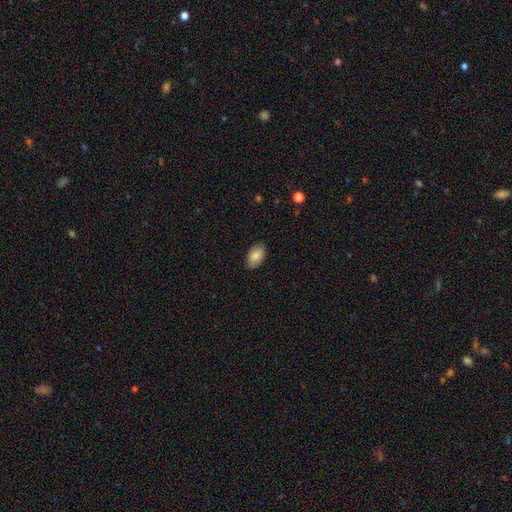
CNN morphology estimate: A smooth galaxy with no disk features (86%) that is in between round and cigar-shaped (94%). Merging: none (87%).